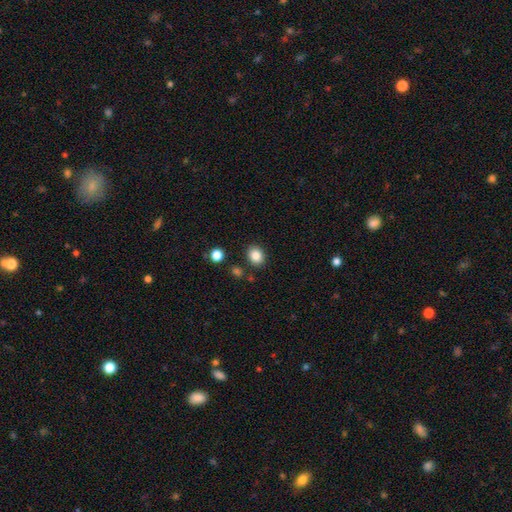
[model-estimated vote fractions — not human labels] A smooth galaxy with no disk features (85%) that is round (56%). Merging: none (85%).